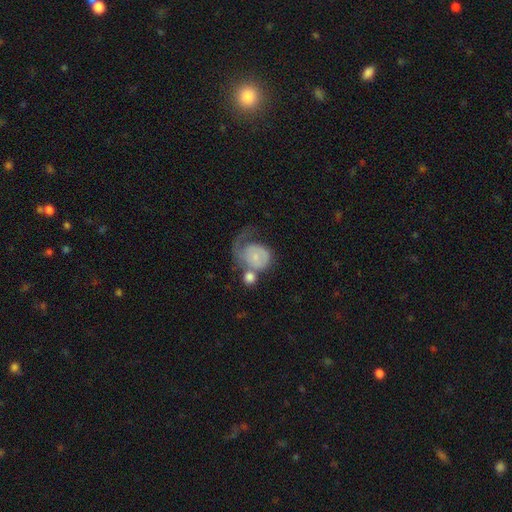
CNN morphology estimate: Q: Smooth or featured?
A: featured or disk (47%); runner-up: smooth (46%)
Q: Merging?
A: major disturbance (36%); runner-up: merger (27%)